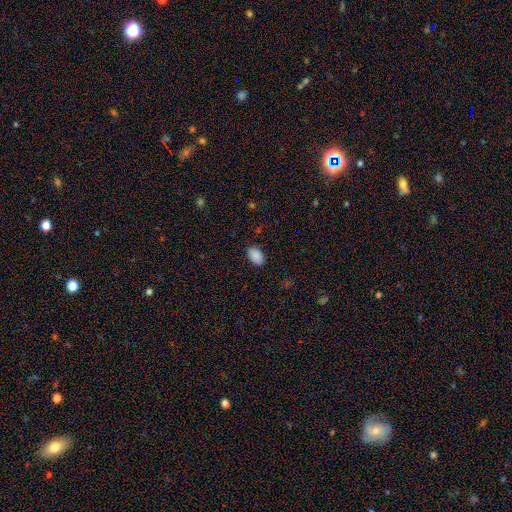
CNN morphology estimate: smooth 89%, star or artifact 8%, featured or disk 3%. Down the decision tree: how rounded — in between (92%); merging — none (88%).